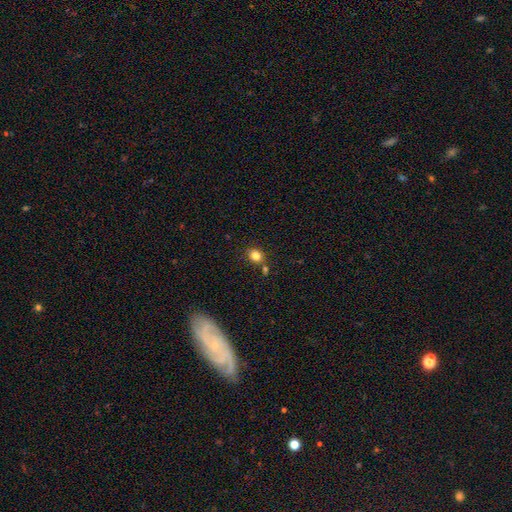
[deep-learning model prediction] Morphology: type=smooth (81%); roundness=round (59%); merging=none (75%).